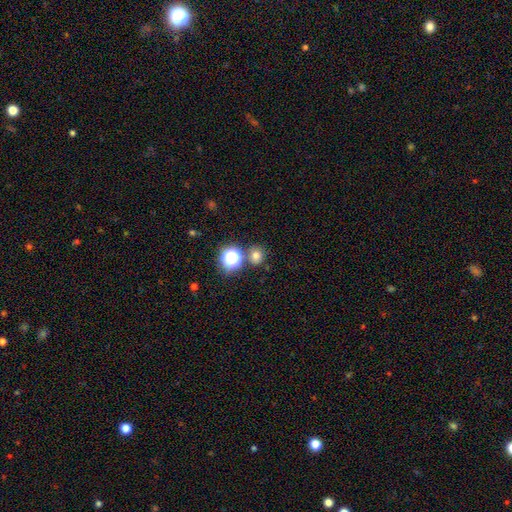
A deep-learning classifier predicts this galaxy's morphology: Smooth or featured? smooth (71%)
How rounded? round (83%)
Merging? none (75%)